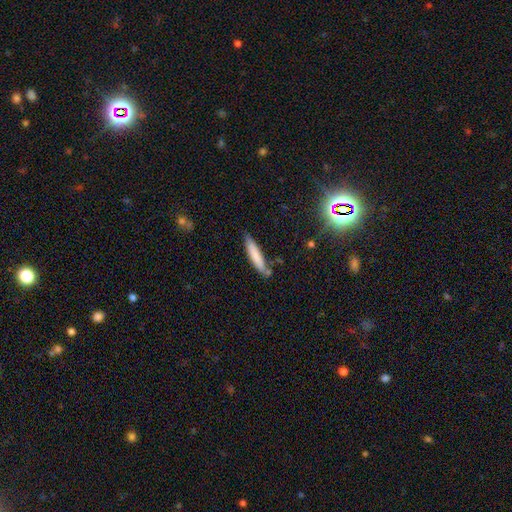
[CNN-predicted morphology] Smooth or featured? smooth (77%)
How rounded? cigar-shaped (88%)
Merging? none (74%)